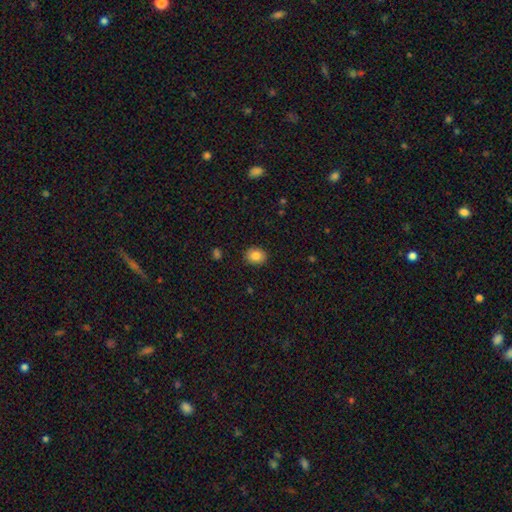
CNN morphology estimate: This appears to be a smooth galaxy with no disk features (86%) that is round (51%). Merging: none (89%).